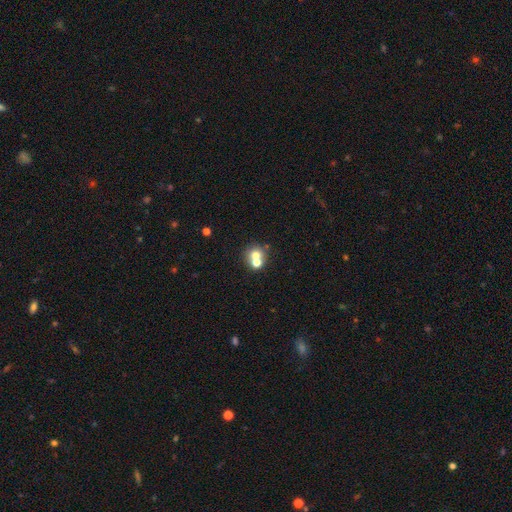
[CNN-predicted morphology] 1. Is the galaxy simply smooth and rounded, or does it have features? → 66% smooth, 19% featured or disk, 15% star or artifact.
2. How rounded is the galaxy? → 84% round, 15% in between, 1% cigar-shaped.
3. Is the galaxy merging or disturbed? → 46% merger, 44% none, 6% minor disturbance, 3% major disturbance.